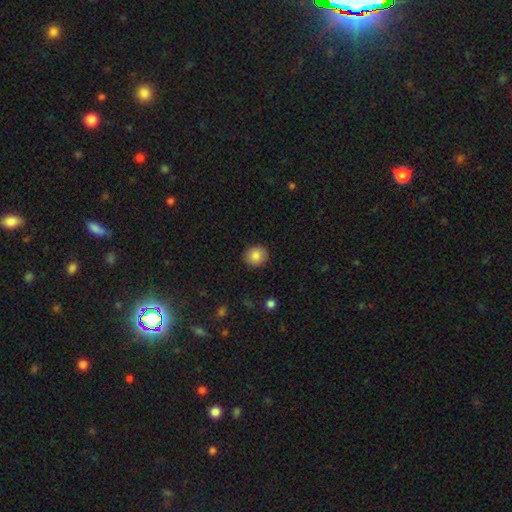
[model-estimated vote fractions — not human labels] This is clearly a smooth galaxy (86%). How rounded: clearly round (87%). Merging: clearly none (92%).